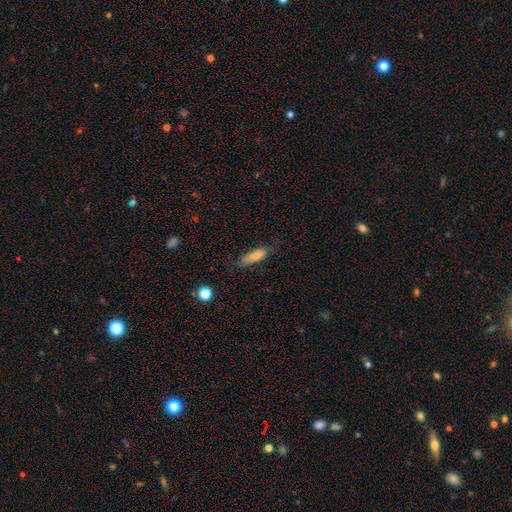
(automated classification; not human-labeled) smooth_or_featured: smooth (p=0.78) [alt: featured or disk p=0.15]
how_rounded: in between (p=0.50) [alt: cigar-shaped p=0.48]
merging: none (p=0.69) [alt: minor disturbance p=0.23]